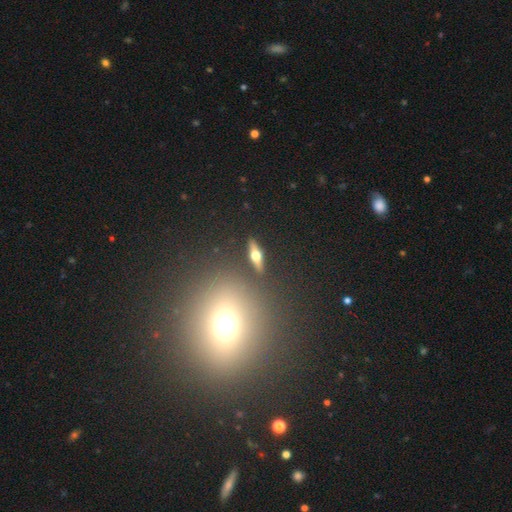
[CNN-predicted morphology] Smooth or featured: featured or disk — 61% (smooth — 30%)
Edge-on disk: yes — 92% (no — 8%)
Edge-on bulge: rounded — 96% (boxy — 2%)
Merging: none — 88% (minor disturbance — 7%)